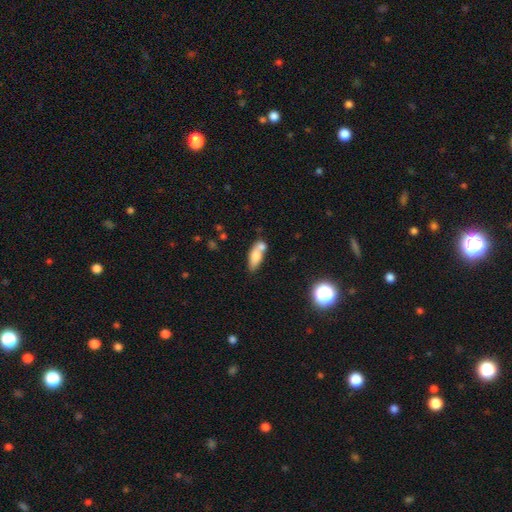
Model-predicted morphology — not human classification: The model was most divided on "merging": merger: 43%, none: 39%, minor disturbance: 13%, major disturbance: 5%. More confident: smooth or featured — smooth (72%); how rounded — in between (70%).